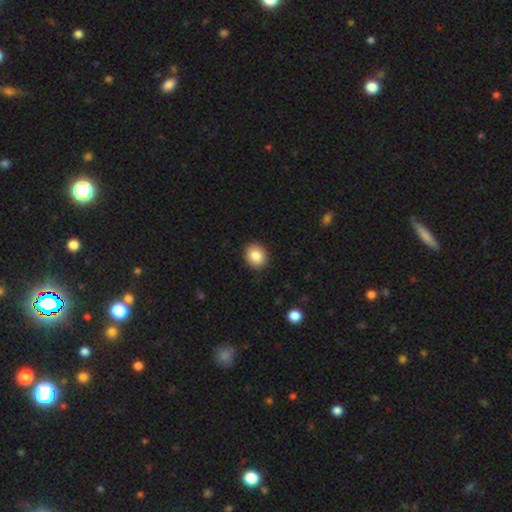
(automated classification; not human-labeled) Smooth or featured? Predicted: smooth (p=0.85). How rounded? Predicted: round (p=0.74). Merging? Predicted: none (p=0.90).